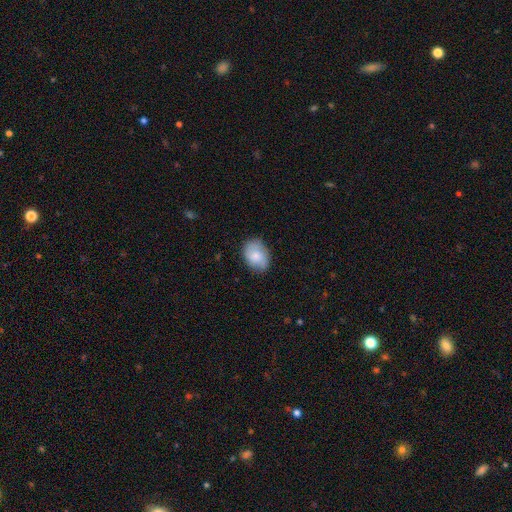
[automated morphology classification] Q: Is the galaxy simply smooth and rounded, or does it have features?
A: smooth — 73%.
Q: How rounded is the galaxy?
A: in between — 72%.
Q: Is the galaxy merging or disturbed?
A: none — 73%.